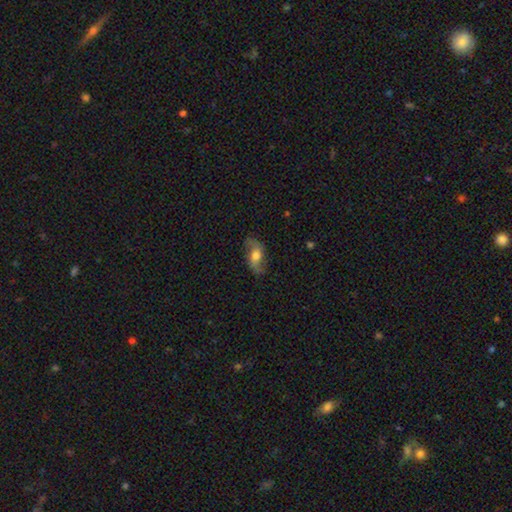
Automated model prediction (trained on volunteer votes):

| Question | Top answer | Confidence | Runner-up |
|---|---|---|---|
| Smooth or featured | featured or disk | 54% | smooth (38%) |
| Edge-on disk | no | 86% | yes (14%) |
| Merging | none | 71% | minor disturbance (19%) |